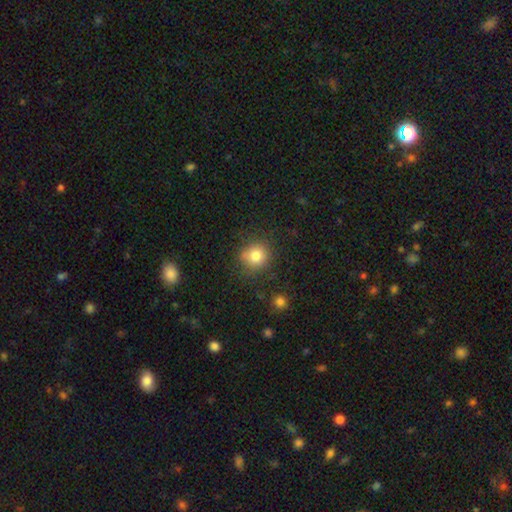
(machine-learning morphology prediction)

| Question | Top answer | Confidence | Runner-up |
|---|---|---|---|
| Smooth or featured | smooth | 81% | star or artifact (11%) |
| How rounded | round | 89% | in between (10%) |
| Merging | none | 80% | minor disturbance (12%) |